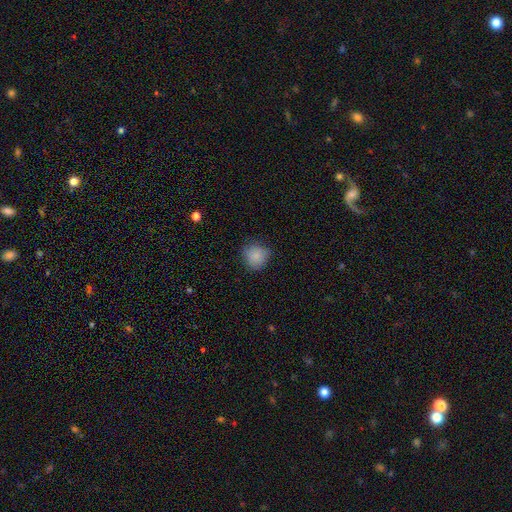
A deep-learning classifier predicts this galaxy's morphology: Smooth or featured? smooth (85%)
How rounded? round (86%)
Merging? none (75%)